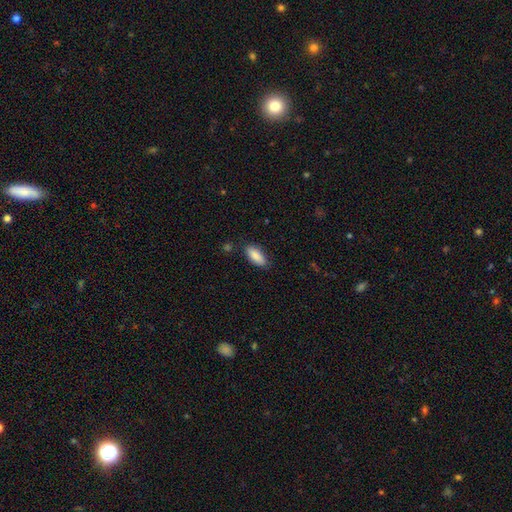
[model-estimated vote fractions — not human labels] Overall: smooth (88%). How rounded: in between (81%). Merging: none (83%).